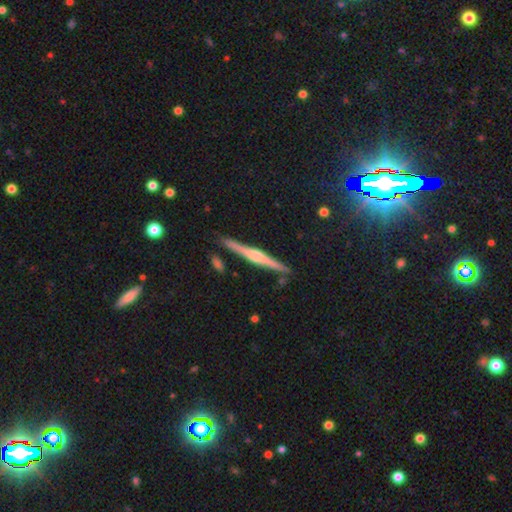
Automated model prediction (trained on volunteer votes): This is likely a featured or disk galaxy (75%). It is clearly viewed edge-on (98%). Edge-on bulge: likely rounded (77%). Merging: clearly none (89%).